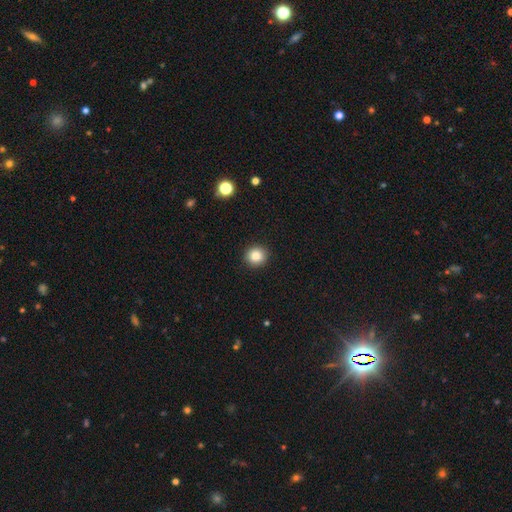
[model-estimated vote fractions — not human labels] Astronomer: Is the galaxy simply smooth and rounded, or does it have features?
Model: smooth — 84%.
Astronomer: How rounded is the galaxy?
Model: round — 89%.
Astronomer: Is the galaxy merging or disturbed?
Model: none — 91%.